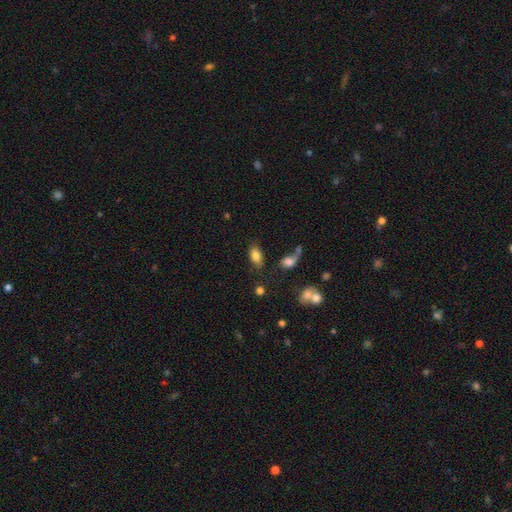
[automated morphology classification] smooth_or_featured: smooth (p=0.81) [alt: featured or disk p=0.10]
how_rounded: in between (p=0.91) [alt: round p=0.06]
merging: none (p=0.75) [alt: minor disturbance p=0.13]